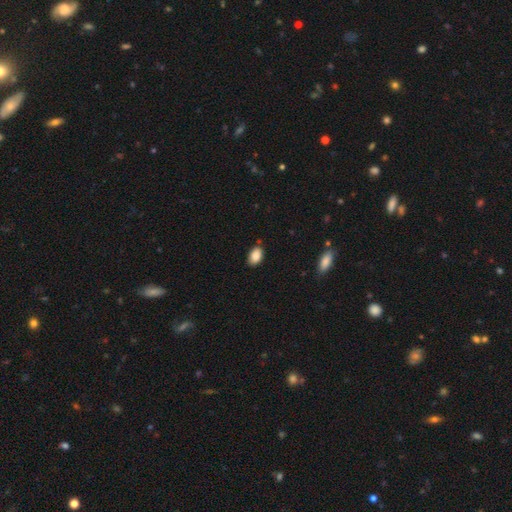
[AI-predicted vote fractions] This appears to be a smooth galaxy with no disk features (88%) that is in between round and cigar-shaped (90%). Merging: none (81%).